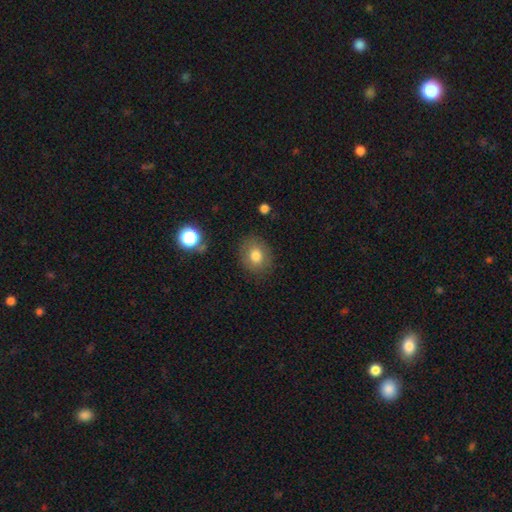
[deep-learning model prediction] This is likely a smooth galaxy (77%). How rounded: likely round (62%). Merging: clearly none (82%).